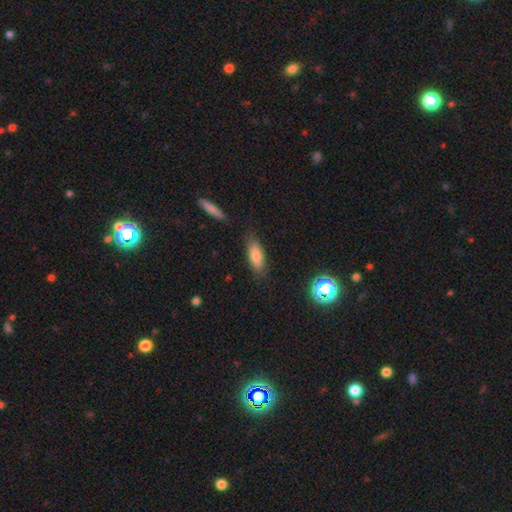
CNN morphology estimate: smooth_or_featured: smooth (p=0.80) [alt: featured or disk p=0.12]
how_rounded: in between (p=0.69) [alt: cigar-shaped p=0.28]
merging: none (p=0.81) [alt: minor disturbance p=0.13]